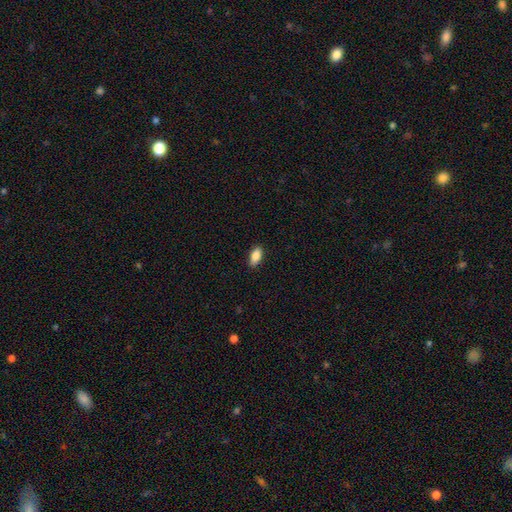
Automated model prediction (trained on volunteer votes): Q: Smooth or featured?
A: smooth (87%); runner-up: star or artifact (7%)
Q: How rounded?
A: in between (89%); runner-up: cigar-shaped (8%)
Q: Merging?
A: none (87%); runner-up: minor disturbance (10%)